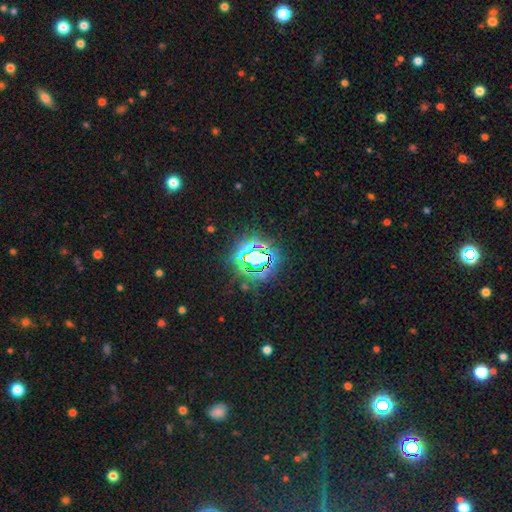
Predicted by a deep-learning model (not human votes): Smooth or featured?
  - star or artifact: 75% *
  - smooth: 14%
  - featured or disk: 10%